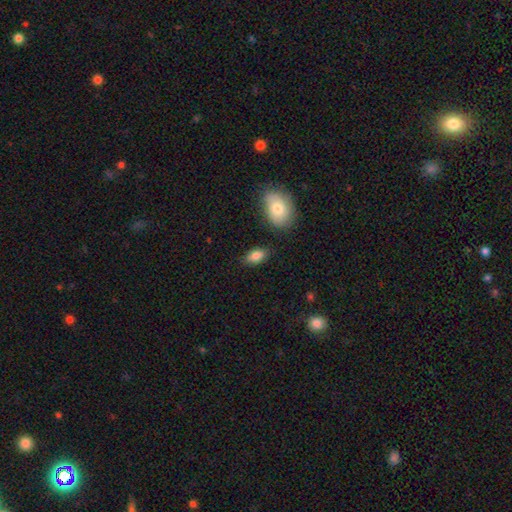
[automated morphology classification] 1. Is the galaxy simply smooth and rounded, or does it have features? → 84% smooth, 8% featured or disk, 8% star or artifact.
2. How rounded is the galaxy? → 91% in between, 6% round, 3% cigar-shaped.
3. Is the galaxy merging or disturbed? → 83% none, 11% minor disturbance, 3% merger, 3% major disturbance.